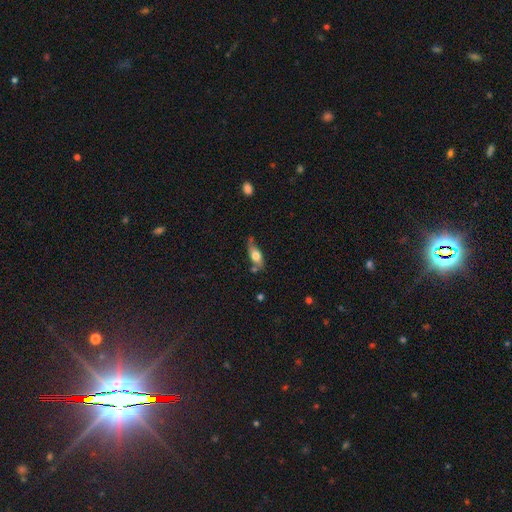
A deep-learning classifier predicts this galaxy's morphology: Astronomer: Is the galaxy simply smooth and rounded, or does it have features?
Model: smooth — 61%.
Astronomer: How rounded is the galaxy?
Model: in between — 70%.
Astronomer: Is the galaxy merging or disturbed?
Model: none — 59%.